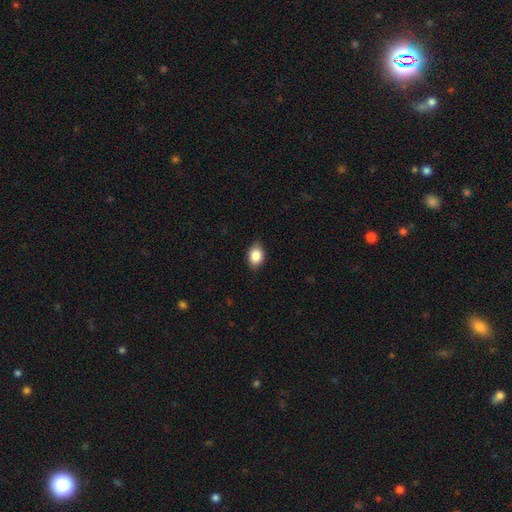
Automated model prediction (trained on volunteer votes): Smooth or featured? Predicted: smooth (p=0.86). How rounded? Predicted: in between (p=0.76). Merging? Predicted: none (p=0.83).